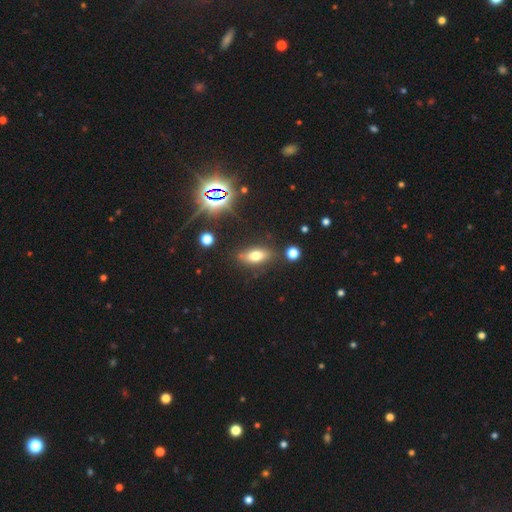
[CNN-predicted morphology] Q: Smooth or featured?
A: smooth (67%); runner-up: featured or disk (19%)
Q: How rounded?
A: in between (78%); runner-up: cigar-shaped (16%)
Q: Merging?
A: none (79%); runner-up: minor disturbance (13%)